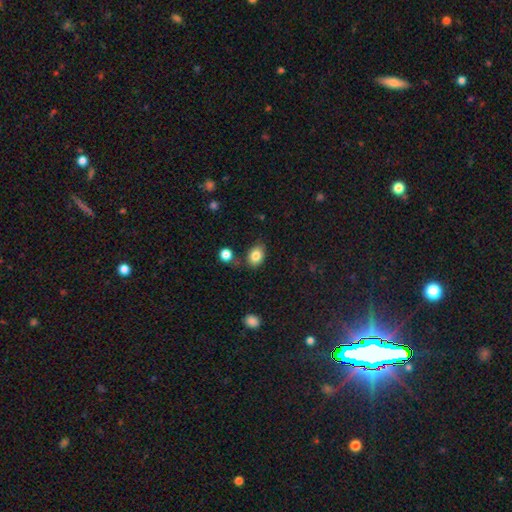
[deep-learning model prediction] A smooth galaxy with no disk features (84%) that is in between round and cigar-shaped (71%). Merging: none (74%).